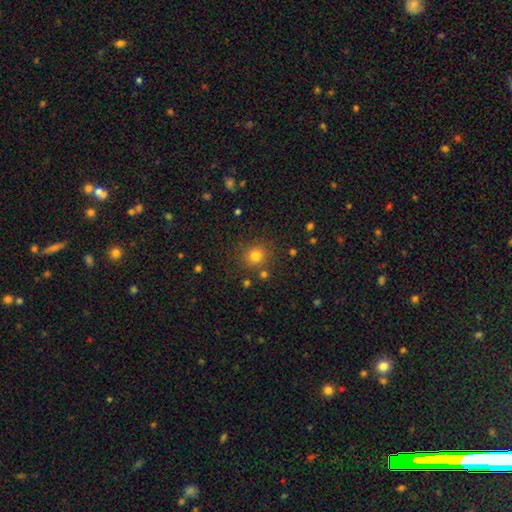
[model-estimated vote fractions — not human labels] Smooth or featured: smooth — 78% (star or artifact — 15%)
How rounded: round — 90% (in between — 9%)
Merging: none — 83% (minor disturbance — 8%)